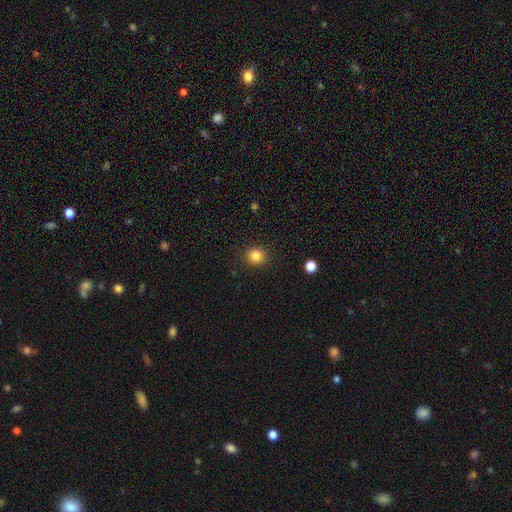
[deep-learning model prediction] Morphology: type=smooth (84%); roundness=round (83%); merging=none (90%).